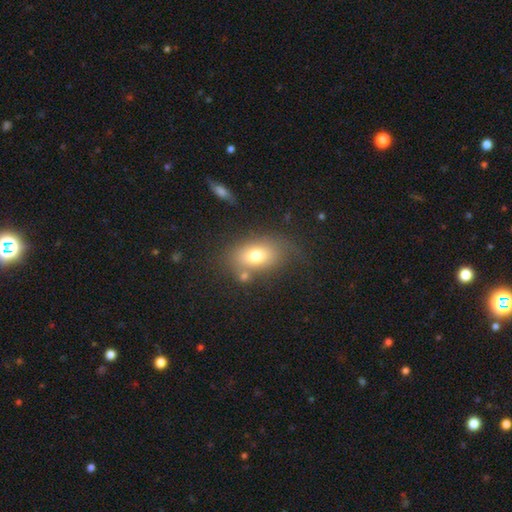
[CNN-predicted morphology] Smooth or featured? smooth (73%)
How rounded? in between (82%)
Merging? none (62%)